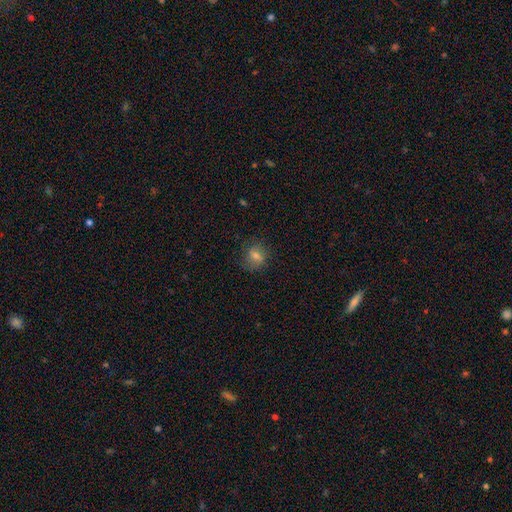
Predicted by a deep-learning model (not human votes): A smooth galaxy with no disk features (65%) that is round (72%).

Vote fractions:
- Smooth or featured? smooth: 65% / featured or disk: 18% / star or artifact: 17%
- How rounded? round: 72% / in between: 27% / cigar-shaped: 1%
- Merging? none: 79% / minor disturbance: 15% / major disturbance: 5% / merger: 1%